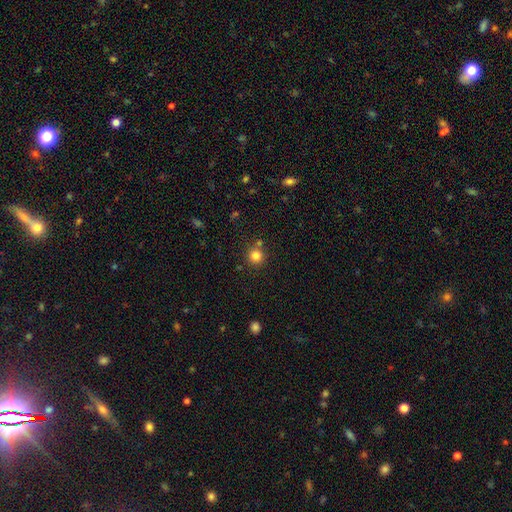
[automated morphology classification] type=smooth (81%); roundness=round (93%); merging=none (79%).